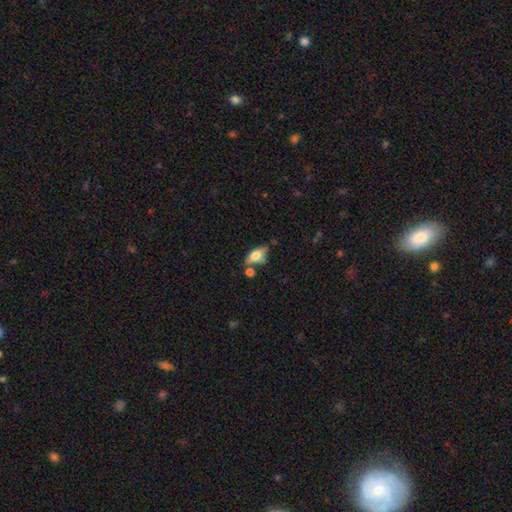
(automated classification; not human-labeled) smooth 61%, featured or disk 31%, star or artifact 8%. Down the decision tree: how rounded — in between (81%); merging — none (54%).